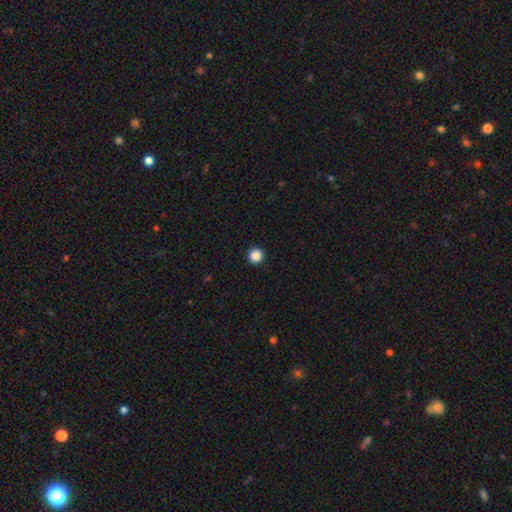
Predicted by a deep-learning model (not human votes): smooth_or_featured: smooth (p=0.87) [alt: star or artifact p=0.10]
how_rounded: round (p=0.97) [alt: in between p=0.02]
merging: none (p=0.94) [alt: minor disturbance p=0.04]